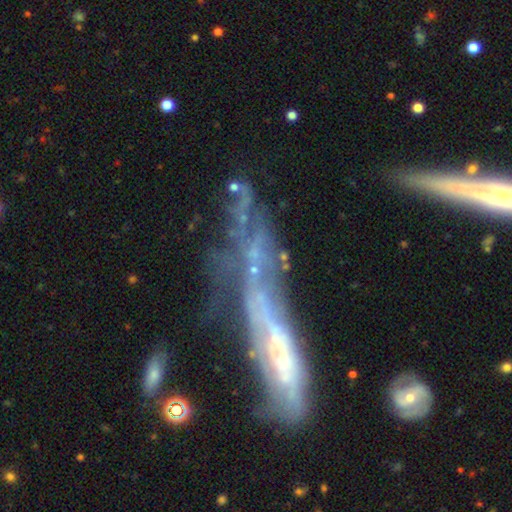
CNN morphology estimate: This appears to be a featured or disk galaxy (59%) viewed edge-on (51%). Merging: none (32%).